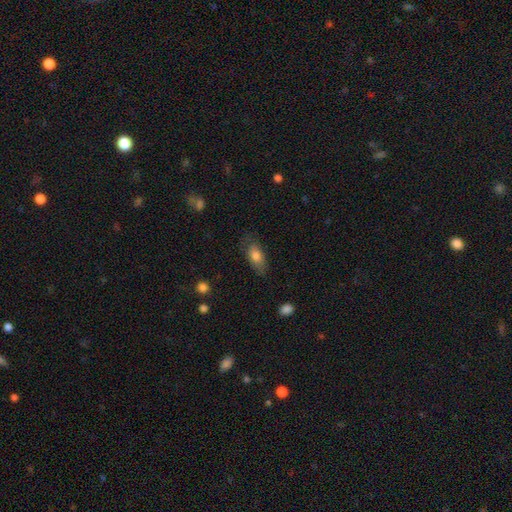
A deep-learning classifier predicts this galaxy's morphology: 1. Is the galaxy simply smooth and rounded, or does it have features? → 75% smooth, 17% featured or disk, 7% star or artifact.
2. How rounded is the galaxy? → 86% in between, 10% cigar-shaped, 4% round.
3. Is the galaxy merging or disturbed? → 73% none, 20% minor disturbance, 6% major disturbance, 1% merger.